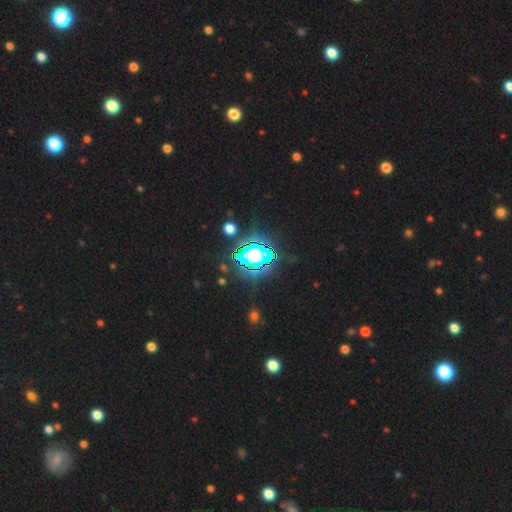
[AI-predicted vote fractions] A star or artifact, not a galaxy (77%).

Vote fractions:
- Smooth or featured? star or artifact: 77% / smooth: 14% / featured or disk: 9%